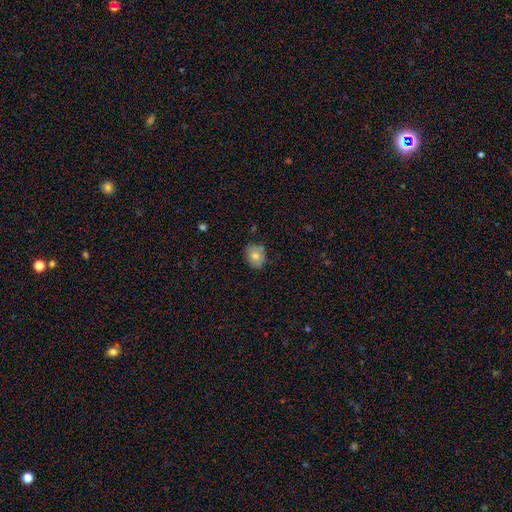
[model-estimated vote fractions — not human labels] Morphology: type=smooth (77%); roundness=round (58%); merging=none (78%).